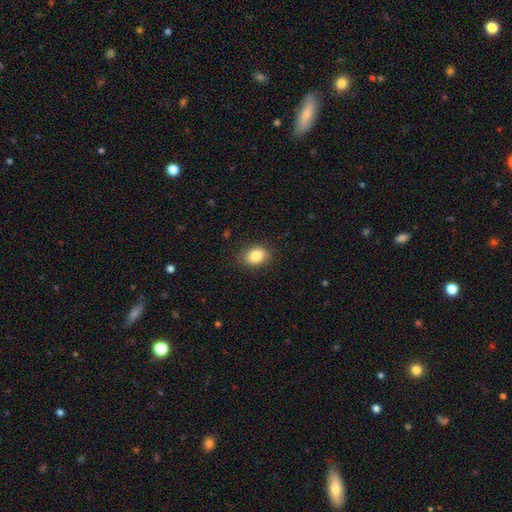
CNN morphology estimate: Smooth or featured? smooth (84%)
How rounded? in between (68%)
Merging? none (84%)